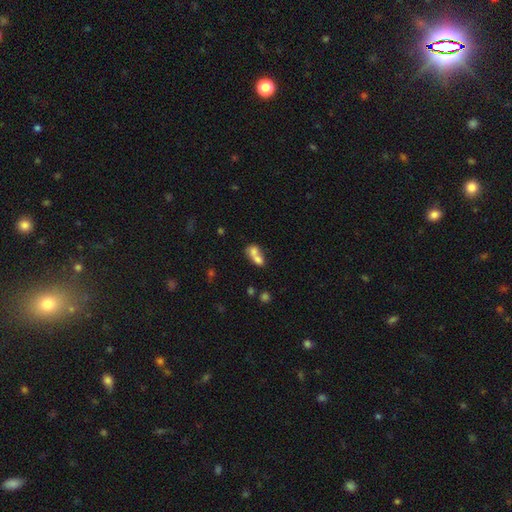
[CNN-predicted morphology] This is likely a smooth galaxy (70%). How rounded: possibly in between (54%). Merging: likely merger (75%).